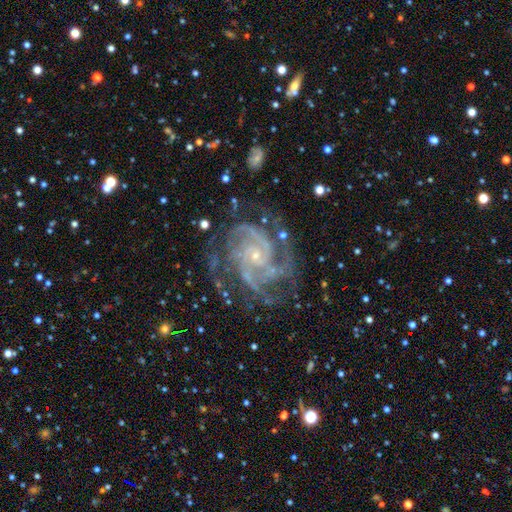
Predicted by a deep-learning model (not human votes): A featured or disk galaxy (91%) with no bar (66%), 3 (26%) tight (57%) spiral arms (98%) and a small central bulge (82%). Merging: none (70%).